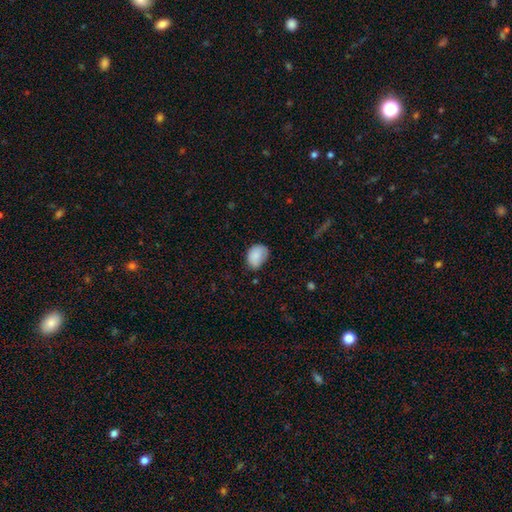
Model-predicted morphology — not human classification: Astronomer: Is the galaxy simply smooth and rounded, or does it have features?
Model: smooth — 86%.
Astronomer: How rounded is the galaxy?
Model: in between — 69%.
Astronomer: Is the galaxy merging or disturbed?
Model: none — 56% (runner-up: minor disturbance, 34%).